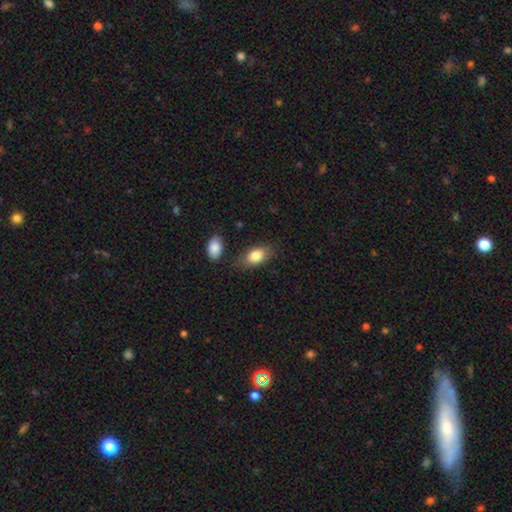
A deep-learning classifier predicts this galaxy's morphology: Smooth or featured? Predicted: smooth (p=0.82). How rounded? Predicted: in between (p=0.87). Merging? Predicted: none (p=0.72).